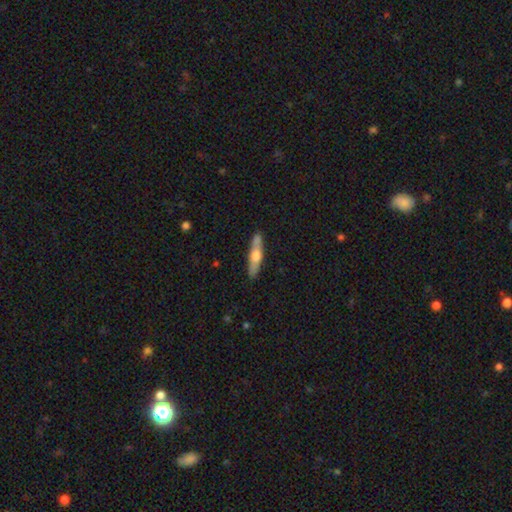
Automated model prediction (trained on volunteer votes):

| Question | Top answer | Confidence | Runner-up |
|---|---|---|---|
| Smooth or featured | smooth | 49% | featured or disk (46%) |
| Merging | none | 83% | minor disturbance (11%) |